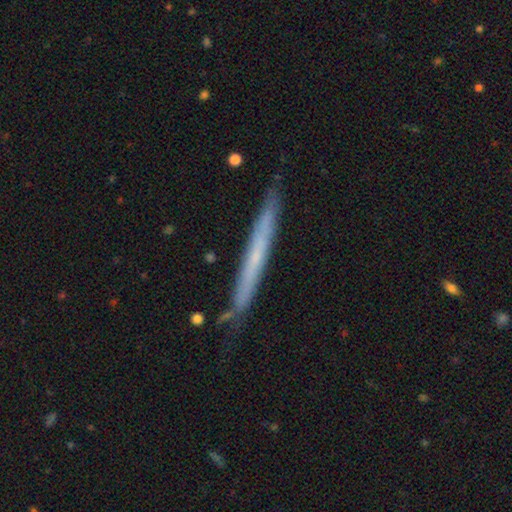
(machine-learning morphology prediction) Q: Smooth or featured?
A: featured or disk (51%); runner-up: smooth (42%)
Q: Edge-on disk?
A: yes (95%); runner-up: no (5%)
Q: Merging?
A: none (84%); runner-up: minor disturbance (13%)